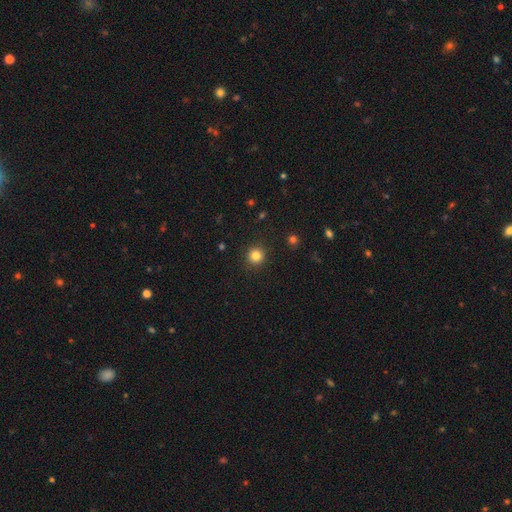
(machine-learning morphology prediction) The model was most divided on "smooth or featured": smooth: 83%, star or artifact: 12%, featured or disk: 5%. More confident: how rounded — round (94%); merging — none (92%).